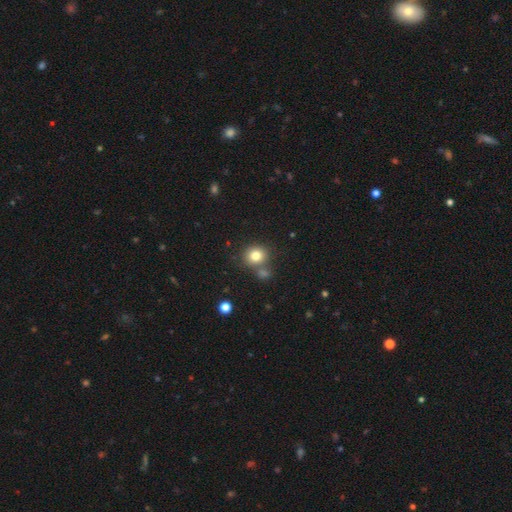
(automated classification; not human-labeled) The model was most divided on "merging": none: 68%, merger: 18%, minor disturbance: 10%, major disturbance: 3%. More confident: smooth or featured — smooth (80%); how rounded — round (79%).